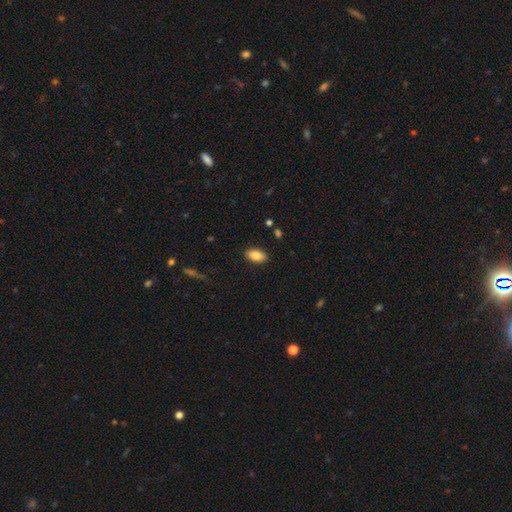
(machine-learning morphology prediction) Smooth or featured? Predicted: smooth (p=0.84). How rounded? Predicted: in between (p=0.91). Merging? Predicted: none (p=0.89).